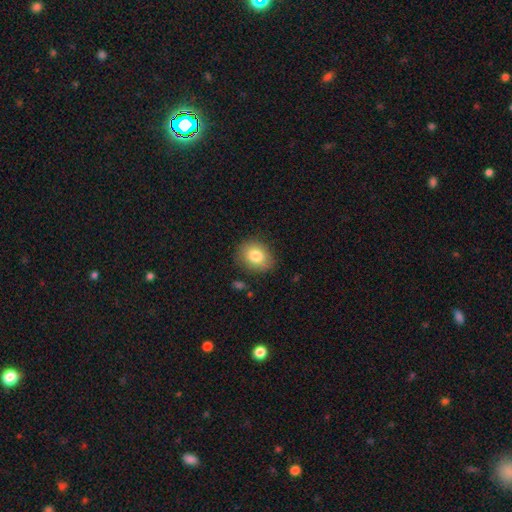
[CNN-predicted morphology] Q: Smooth or featured?
A: smooth (82%); runner-up: featured or disk (10%)
Q: How rounded?
A: round (54%); runner-up: in between (45%)
Q: Merging?
A: none (83%); runner-up: minor disturbance (12%)